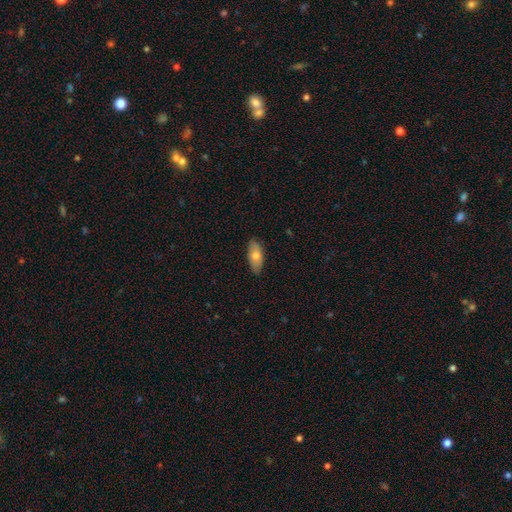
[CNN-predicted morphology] This appears to be a smooth galaxy with no disk features (73%) that is in between round and cigar-shaped (86%). Merging: none (84%).